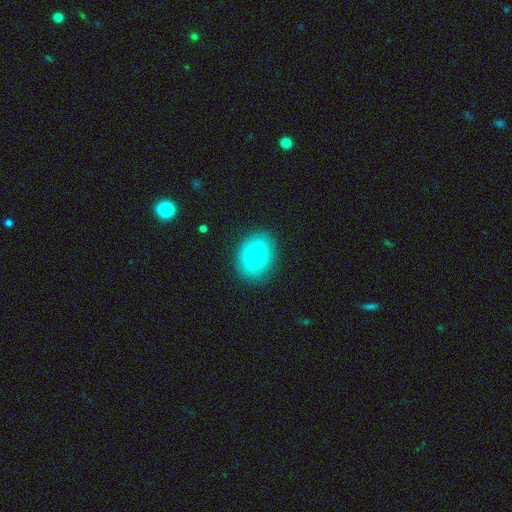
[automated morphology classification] Smooth or featured: smooth — 72% (featured or disk — 21%)
How rounded: in between — 52% (round — 47%)
Merging: none — 83% (minor disturbance — 12%)